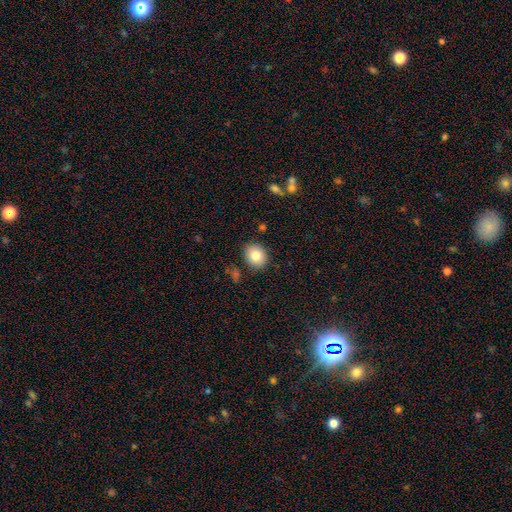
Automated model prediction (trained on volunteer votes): Overall: smooth (82%). How rounded: round (61%; in between 38%). Merging: none (87%).